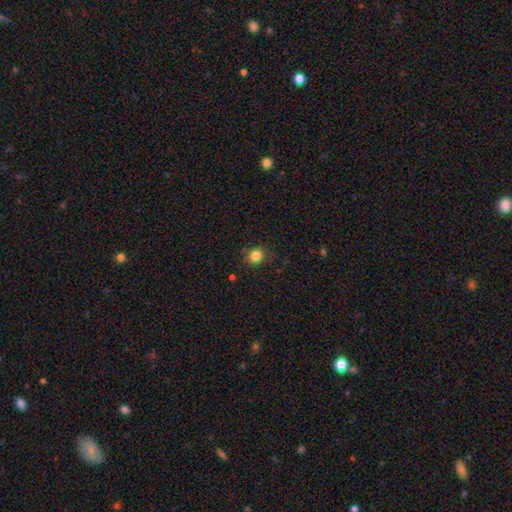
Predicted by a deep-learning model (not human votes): Q: Smooth or featured?
A: smooth (84%); runner-up: star or artifact (11%)
Q: How rounded?
A: round (81%); runner-up: in between (18%)
Q: Merging?
A: none (85%); runner-up: minor disturbance (10%)